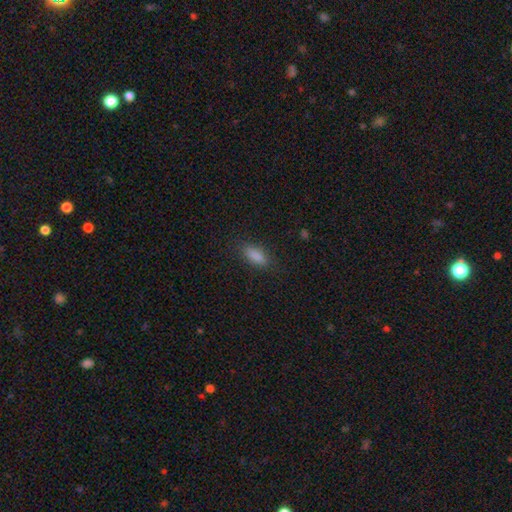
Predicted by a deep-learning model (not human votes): Q: Smooth or featured?
A: smooth (87%); runner-up: star or artifact (9%)
Q: How rounded?
A: in between (82%); runner-up: cigar-shaped (15%)
Q: Merging?
A: none (84%); runner-up: minor disturbance (12%)